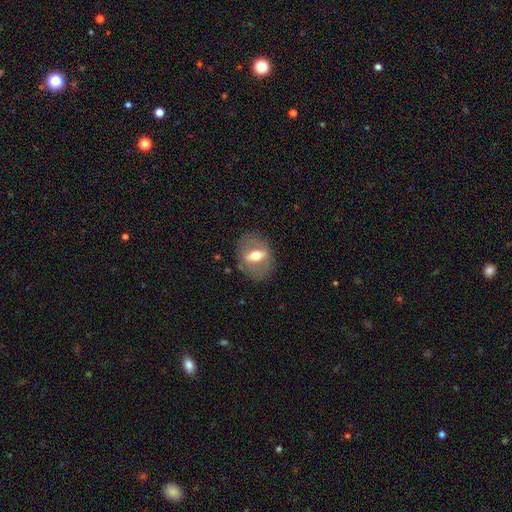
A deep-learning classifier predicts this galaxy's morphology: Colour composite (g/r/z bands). It shows a featured or disk galaxy (58%). Merging: none (78%).